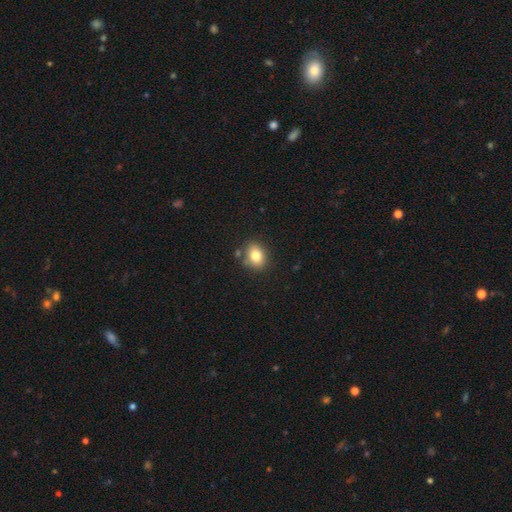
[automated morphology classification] Smooth or featured? Predicted: smooth (p=0.81). How rounded? Predicted: in between (p=0.53). Merging? Predicted: none (p=0.77).